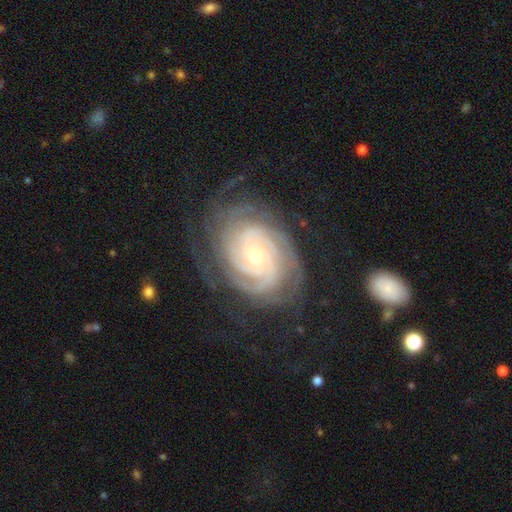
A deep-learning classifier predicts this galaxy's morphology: smooth_or_featured: featured or disk (p=0.90) [alt: star or artifact p=0.06]
disk_edge_on: no (p=0.97) [alt: yes p=0.03]
bar: no (p=0.69) [alt: weak p=0.23]
has_spiral_arms: yes (p=0.98) [alt: no p=0.02]
spiral_winding: tight (p=0.82) [alt: medium p=0.16]
spiral_arm_count: 4 (p=0.23) [alt: can't tell p=0.21]
bulge_size: small (p=0.67) [alt: moderate p=0.30]
merging: none (p=0.75) [alt: minor disturbance p=0.16]